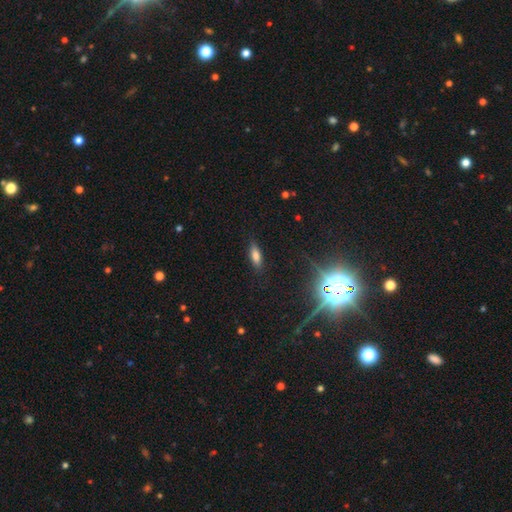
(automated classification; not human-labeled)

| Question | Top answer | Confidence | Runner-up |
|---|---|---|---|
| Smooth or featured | smooth | 76% | star or artifact (13%) |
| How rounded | in between | 67% | cigar-shaped (30%) |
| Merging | none | 83% | minor disturbance (12%) |